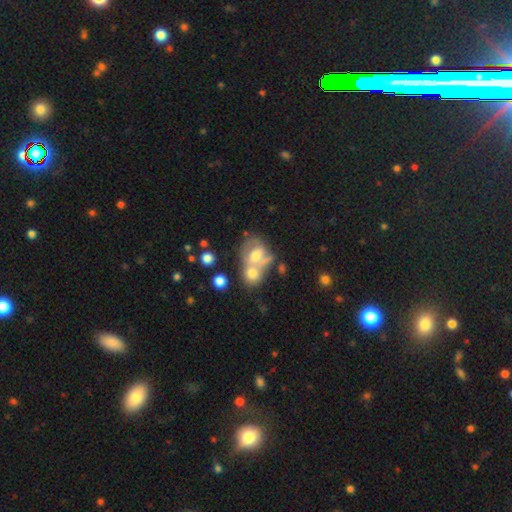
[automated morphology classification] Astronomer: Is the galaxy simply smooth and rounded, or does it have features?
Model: smooth — 48% (runner-up: featured or disk, 41%).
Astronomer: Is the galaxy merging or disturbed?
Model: merger — 59%.